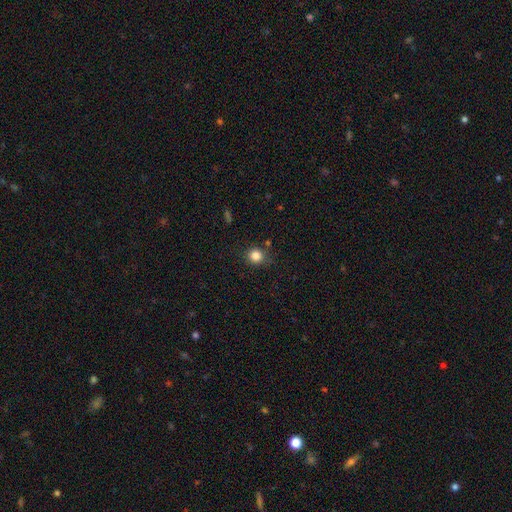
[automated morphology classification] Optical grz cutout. It shows a smooth galaxy with no disk features (84%) that is round (88%). Merging: none (82%).